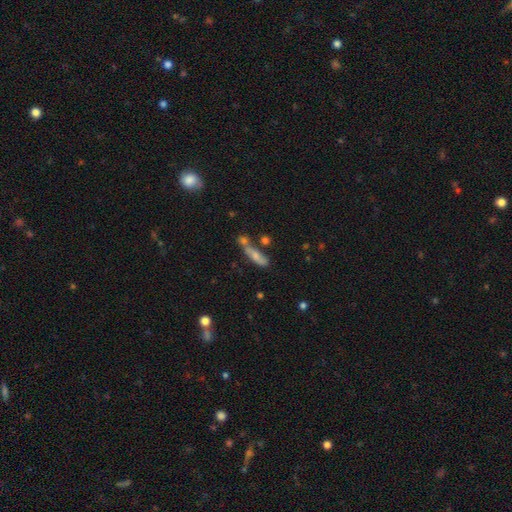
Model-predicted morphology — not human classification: Q: Smooth or featured?
A: smooth (66%); runner-up: featured or disk (25%)
Q: How rounded?
A: cigar-shaped (66%); runner-up: in between (31%)
Q: Merging?
A: none (48%); runner-up: merger (26%)